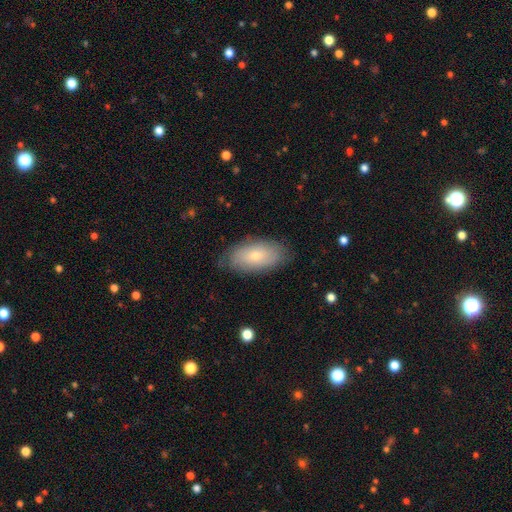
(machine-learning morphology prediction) Smooth or featured? smooth (62%)
How rounded? in between (92%)
Merging? none (78%)